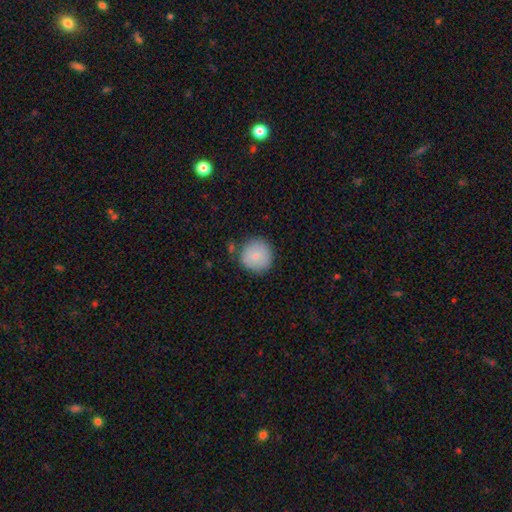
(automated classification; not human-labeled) Morphology: type=smooth (83%); roundness=round (95%); merging=none (80%).